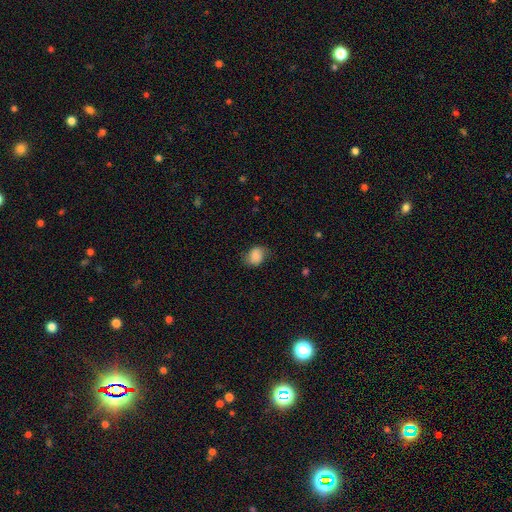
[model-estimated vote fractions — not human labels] smooth-or-featured: smooth: 82% | featured or disk: 9% | star or artifact: 8%
  how-rounded: in between: 54% | round: 45% | cigar-shaped: 1%
  merging: none: 69% | minor disturbance: 23% | major disturbance: 7% | merger: 1%